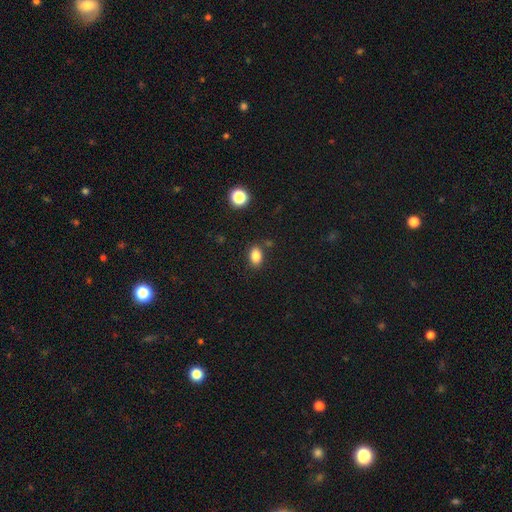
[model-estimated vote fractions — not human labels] Overall: smooth (84%). How rounded: in between (81%). Merging: none (81%).